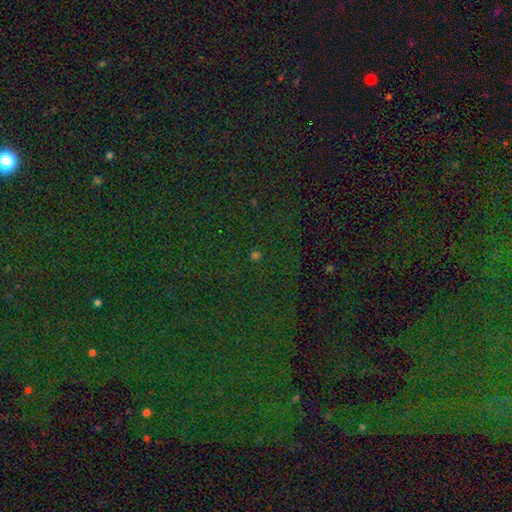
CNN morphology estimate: Smooth or featured? Predicted: star or artifact (p=0.71).